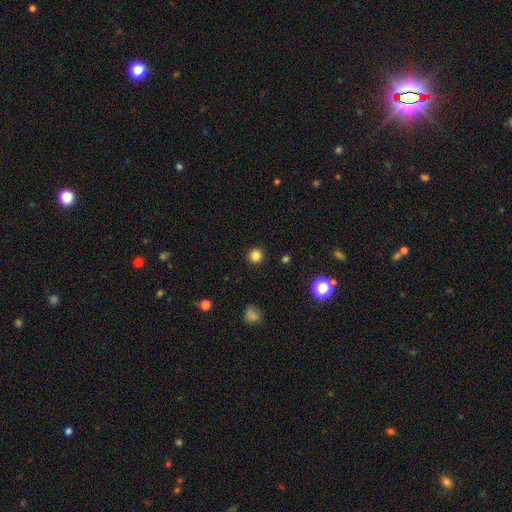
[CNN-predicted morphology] type=smooth (83%); roundness=round (95%); merging=none (92%).